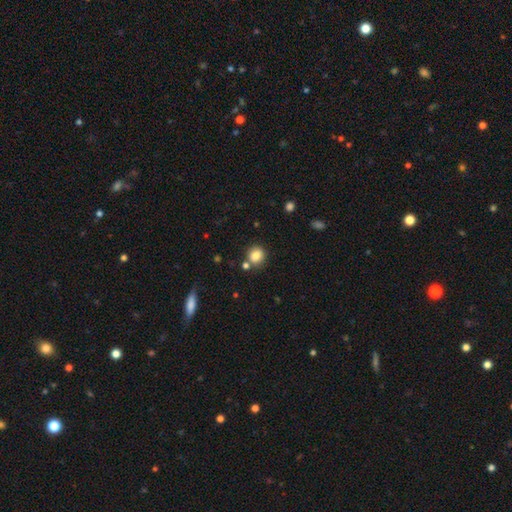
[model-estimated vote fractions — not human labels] Overall: smooth (84%). How rounded: round (73%). Merging: none (72%).